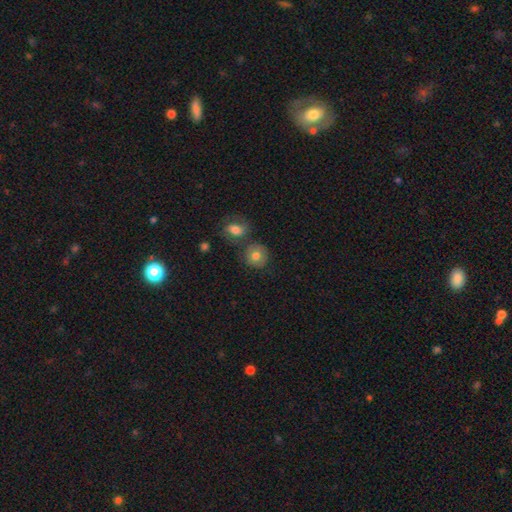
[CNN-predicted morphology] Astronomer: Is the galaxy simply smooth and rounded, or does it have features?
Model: smooth — 77%.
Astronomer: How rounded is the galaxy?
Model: round — 84%.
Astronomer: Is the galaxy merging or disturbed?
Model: none — 66%.